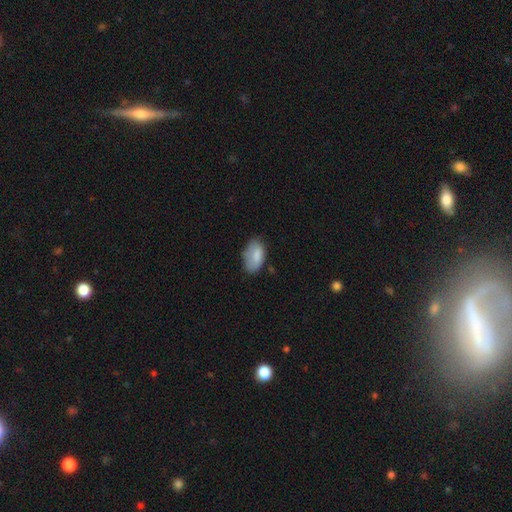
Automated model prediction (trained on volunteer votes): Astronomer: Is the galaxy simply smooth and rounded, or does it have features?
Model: smooth — 80%.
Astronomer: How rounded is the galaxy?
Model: in between — 93%.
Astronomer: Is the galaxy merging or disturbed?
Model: none — 59%.